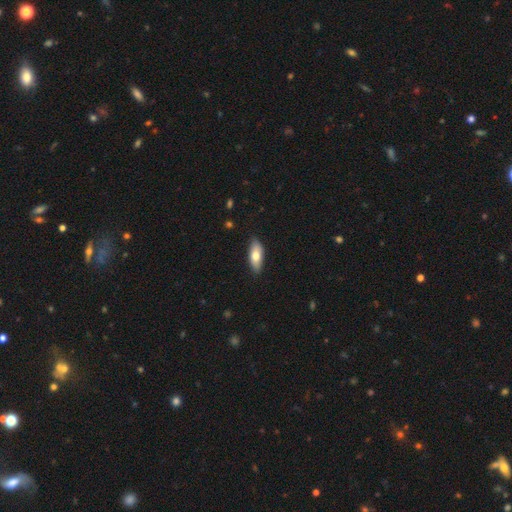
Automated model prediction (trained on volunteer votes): The model was most divided on "smooth or featured": smooth: 71%, featured or disk: 23%, star or artifact: 6%. More confident: merging — none (86%); how rounded — in between (76%).